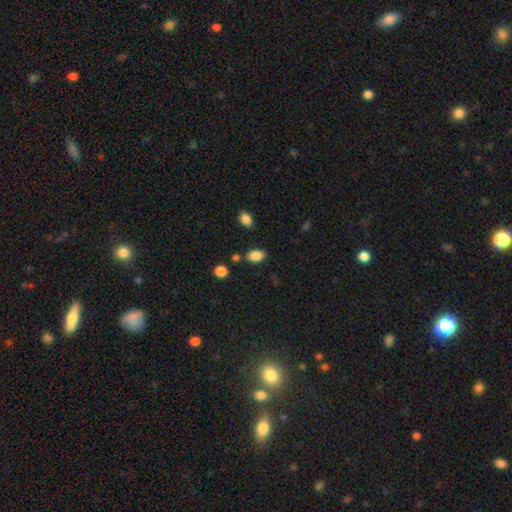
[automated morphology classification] This appears to be a smooth galaxy with no disk features (87%) that is in between round and cigar-shaped (87%). Merging: none (78%).